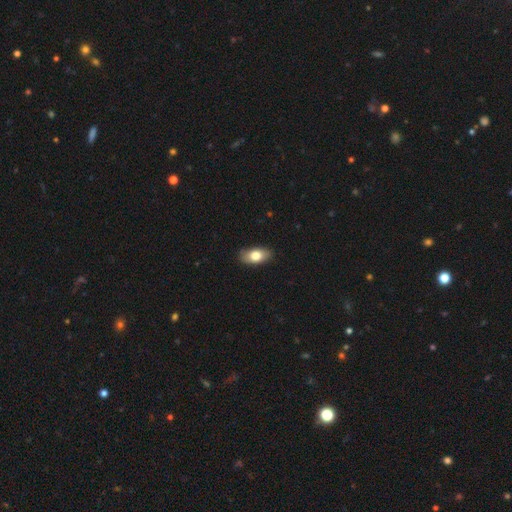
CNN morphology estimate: The model was most divided on "smooth or featured": smooth: 77%, featured or disk: 17%, star or artifact: 7%. More confident: how rounded — in between (90%); merging — none (85%).